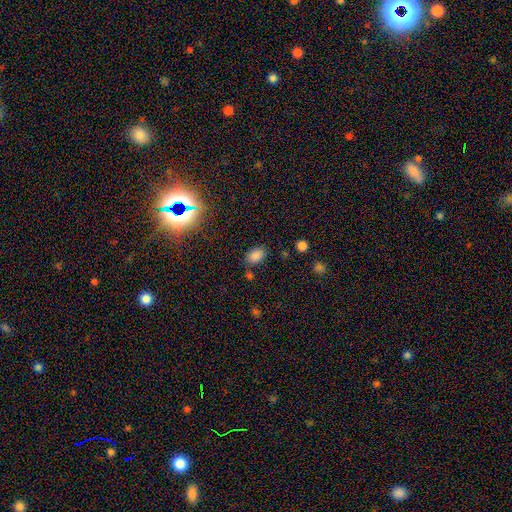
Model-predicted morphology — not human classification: Smooth or featured? smooth (82%)
How rounded? in between (82%)
Merging? none (77%)